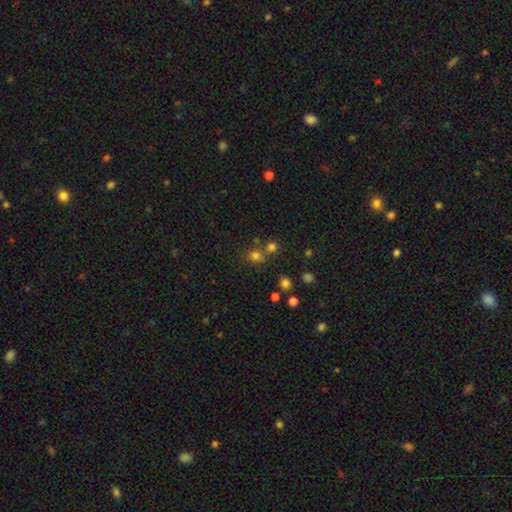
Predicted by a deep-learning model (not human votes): This is likely a smooth galaxy (70%). How rounded: clearly round (82%). Merging: likely none (62%).